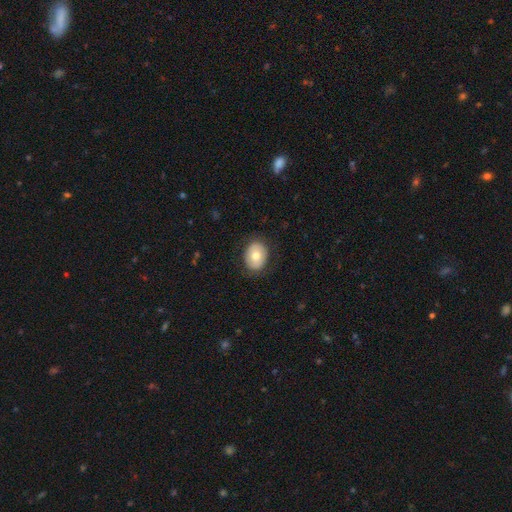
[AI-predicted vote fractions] Smooth or featured: smooth — 70% (featured or disk — 22%)
How rounded: in between — 60% (round — 39%)
Merging: none — 83% (minor disturbance — 12%)